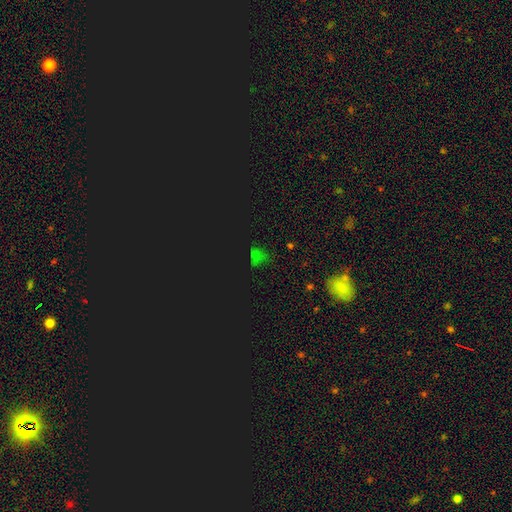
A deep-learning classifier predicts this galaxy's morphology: Smooth or featured?
  - star or artifact: 65% *
  - smooth: 29%
  - featured or disk: 6%